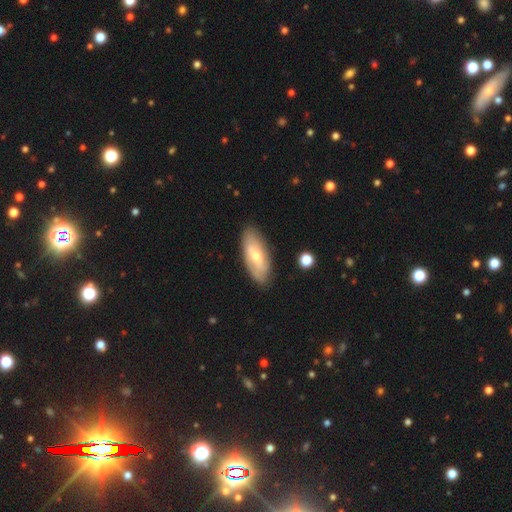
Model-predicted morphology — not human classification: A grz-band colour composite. It shows a featured or disk galaxy (47%, tied with smooth). Merging: none (83%).